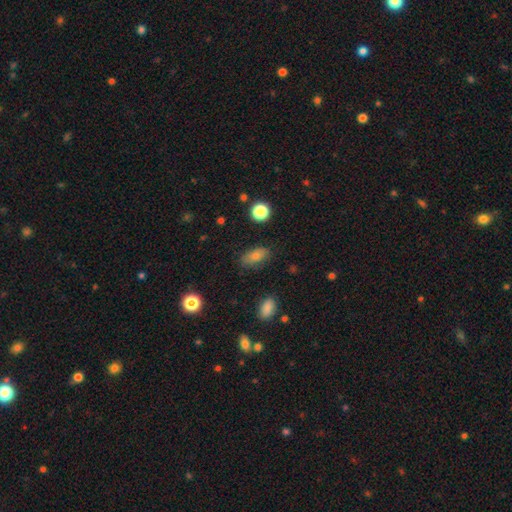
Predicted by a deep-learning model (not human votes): smooth 75%, star or artifact 13%, featured or disk 12%. Down the decision tree: how rounded — in between (84%); merging — none (83%).